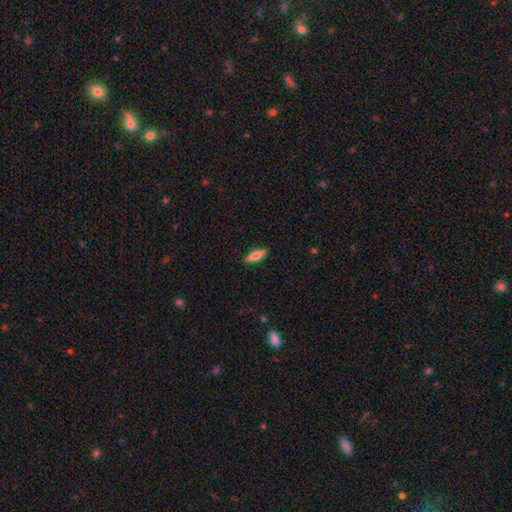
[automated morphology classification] A smooth galaxy with no disk features (74%) that is in between round and cigar-shaped (61%). Merging: none (89%).